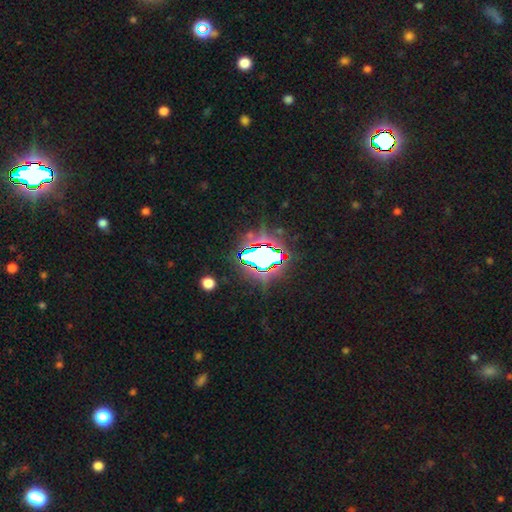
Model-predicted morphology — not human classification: Smooth or featured: star or artifact — 78% (smooth — 12%)